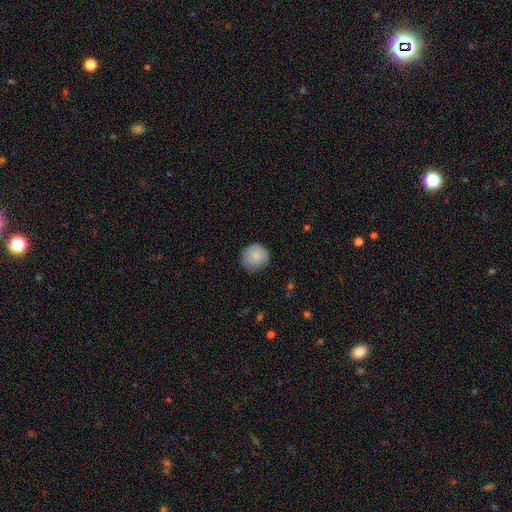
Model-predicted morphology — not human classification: Smooth or featured: smooth — 85% (star or artifact — 7%)
How rounded: round — 92% (in between — 7%)
Merging: none — 80% (minor disturbance — 16%)